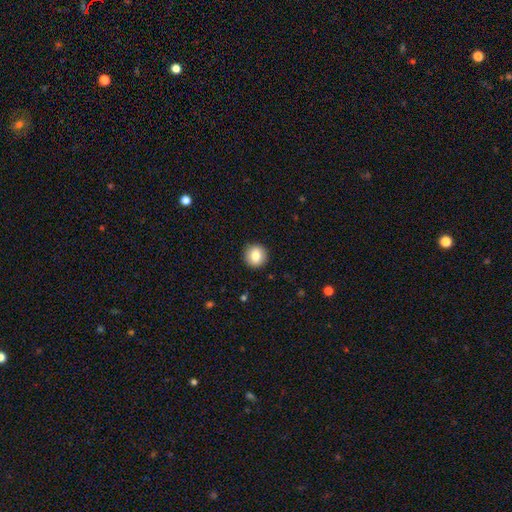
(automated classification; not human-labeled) This appears to be a smooth galaxy with no disk features (82%) that is round (92%). Merging: none (91%).